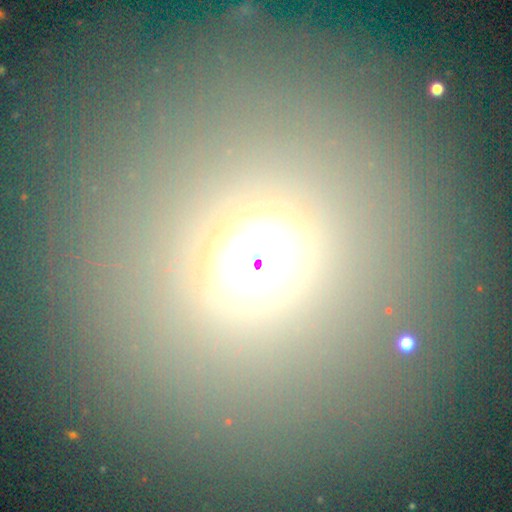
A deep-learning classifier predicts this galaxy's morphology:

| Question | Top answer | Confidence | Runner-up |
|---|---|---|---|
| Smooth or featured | smooth | 55% | star or artifact (30%) |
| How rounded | round | 74% | in between (23%) |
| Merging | none | 80% | minor disturbance (9%) |